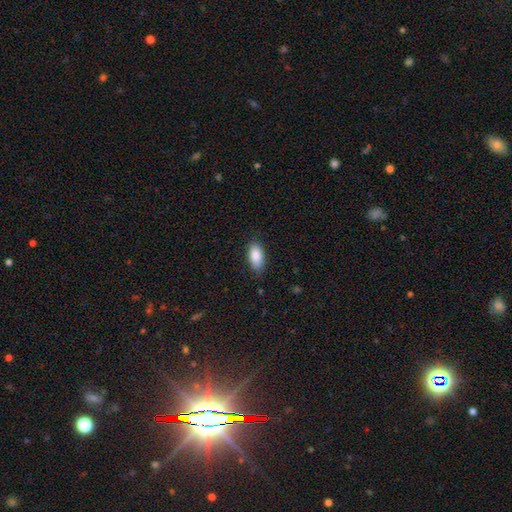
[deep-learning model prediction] A smooth galaxy with no disk features (88%) that is in between round and cigar-shaped (90%). Merging: none (82%).